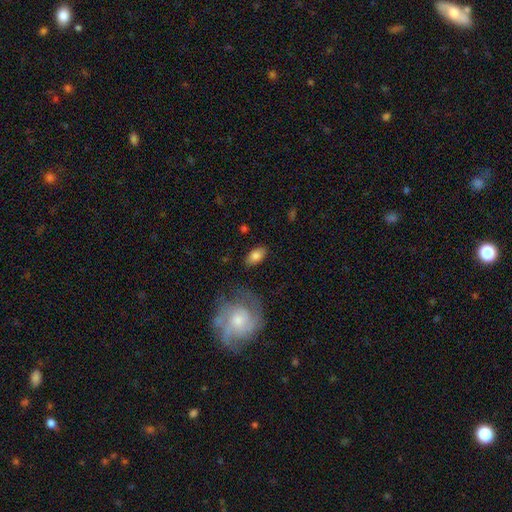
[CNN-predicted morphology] type=smooth (80%); roundness=in between (91%); merging=none (81%).